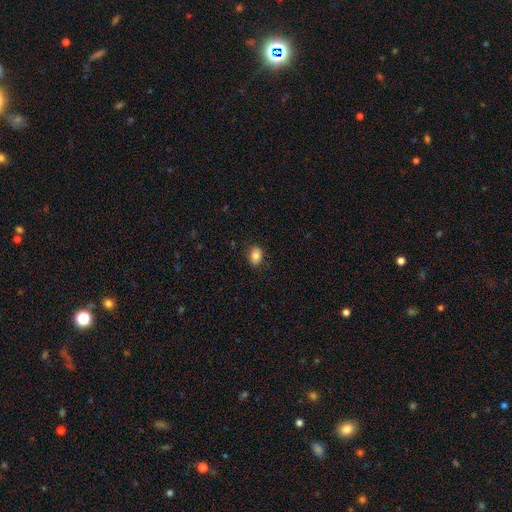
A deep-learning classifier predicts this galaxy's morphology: This appears to be a smooth galaxy with no disk features (83%) that is in between round and cigar-shaped (68%). Merging: none (87%).